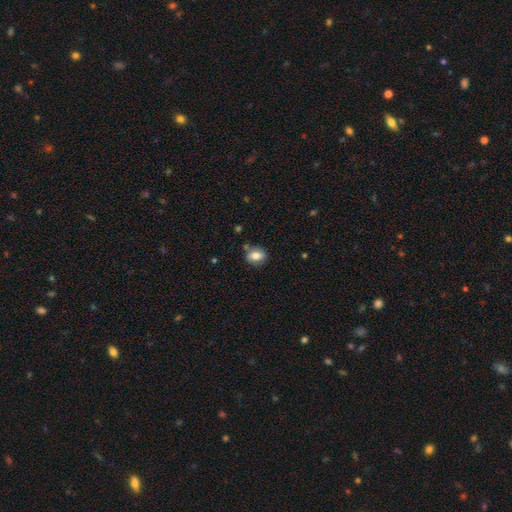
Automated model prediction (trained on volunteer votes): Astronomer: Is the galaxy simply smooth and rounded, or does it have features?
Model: smooth — 77%.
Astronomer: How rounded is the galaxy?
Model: in between — 54% (runner-up: round, 44%).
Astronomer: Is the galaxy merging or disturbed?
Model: none — 76%.